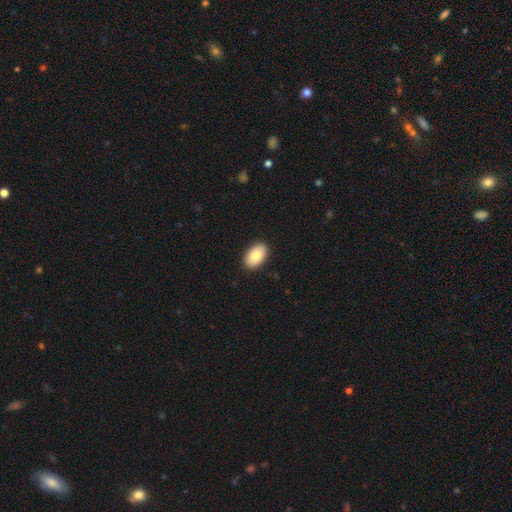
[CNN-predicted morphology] smooth-or-featured: smooth: 85% | featured or disk: 9% | star or artifact: 6%
  how-rounded: in between: 93% | round: 6% | cigar-shaped: 1%
  merging: none: 90% | minor disturbance: 7% | major disturbance: 2% | merger: 1%